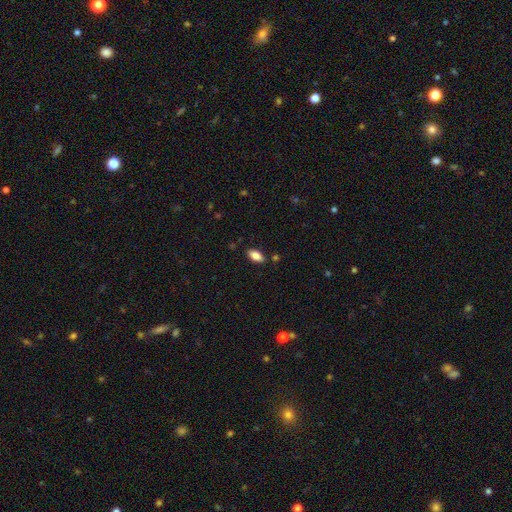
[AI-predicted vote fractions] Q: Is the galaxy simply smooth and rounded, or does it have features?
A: smooth — 83%.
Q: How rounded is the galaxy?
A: in between — 91%.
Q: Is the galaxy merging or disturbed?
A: none — 85%.